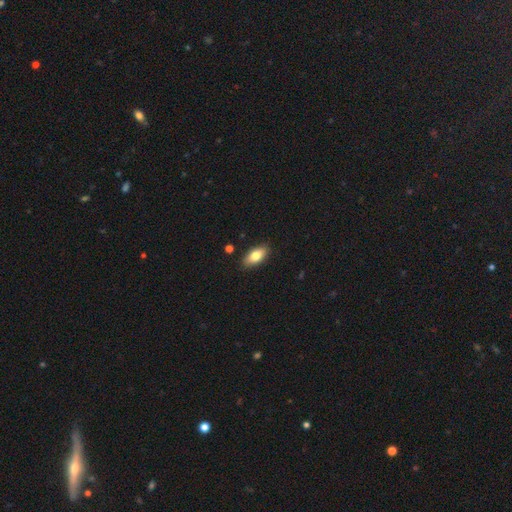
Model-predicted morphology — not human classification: type=smooth (79%); roundness=in between (88%); merging=none (87%).